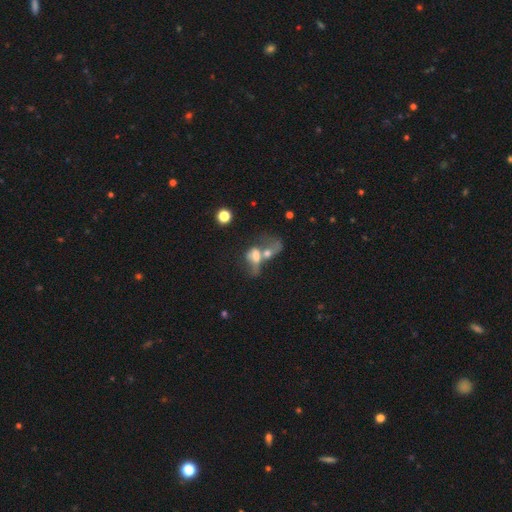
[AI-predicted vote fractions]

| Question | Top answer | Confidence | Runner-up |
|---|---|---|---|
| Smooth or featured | smooth | 46% | featured or disk (40%) |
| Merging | merger | 69% | major disturbance (17%) |